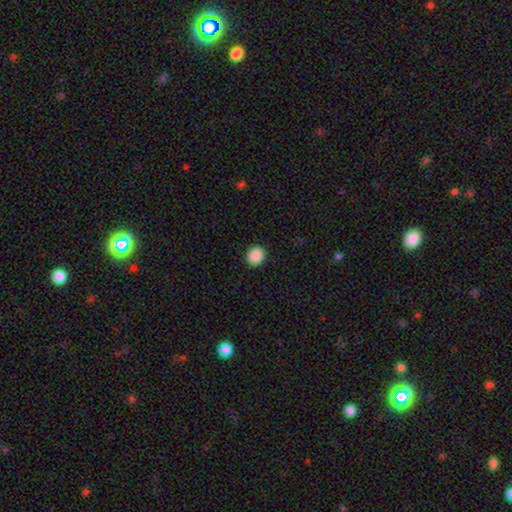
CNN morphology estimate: type=smooth (89%); roundness=round (79%); merging=none (92%).